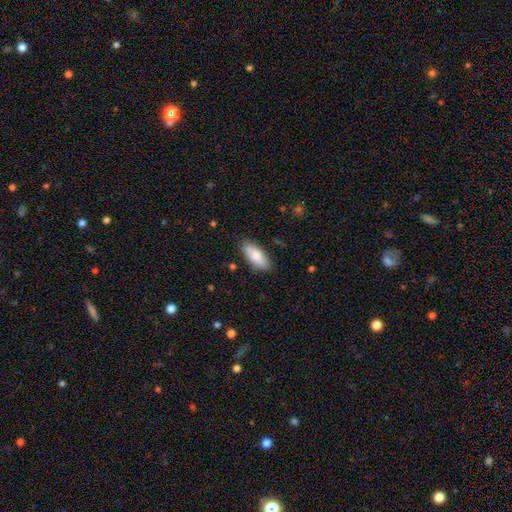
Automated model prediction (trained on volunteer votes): smooth-or-featured: smooth: 79% | featured or disk: 15% | star or artifact: 6%
  how-rounded: in between: 80% | cigar-shaped: 18% | round: 2%
  merging: none: 84% | minor disturbance: 12% | major disturbance: 2% | merger: 1%